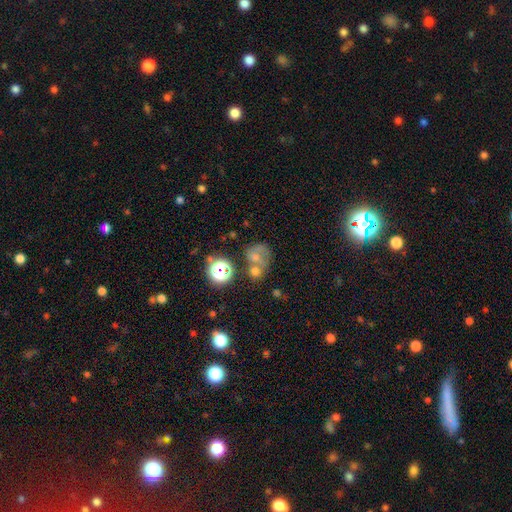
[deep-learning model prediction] Morphology: type=smooth (54%); roundness=round (65%); merging=merger (44%).